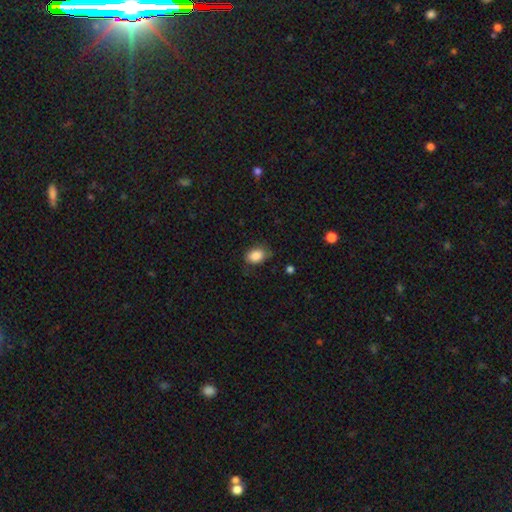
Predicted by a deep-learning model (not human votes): Smooth or featured: smooth — 86% (star or artifact — 8%)
How rounded: in between — 74% (round — 25%)
Merging: none — 68% (minor disturbance — 24%)